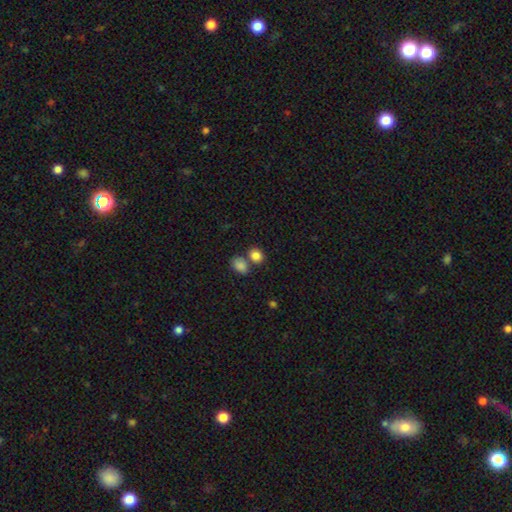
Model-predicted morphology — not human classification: Smooth or featured? smooth (84%)
How rounded? round (53%)
Merging? none (54%)